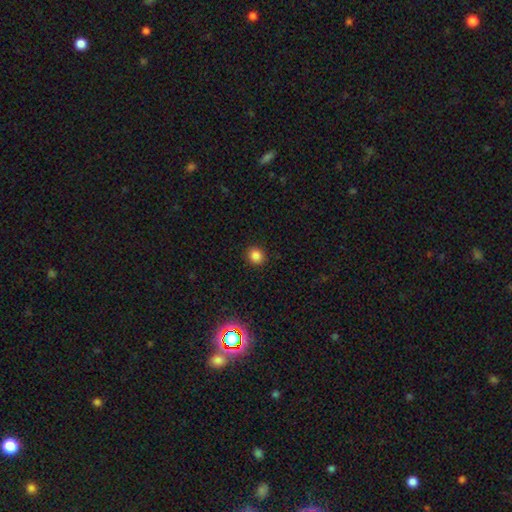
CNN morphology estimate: This is clearly a smooth galaxy (84%). How rounded: clearly round (82%). Merging: clearly none (91%).